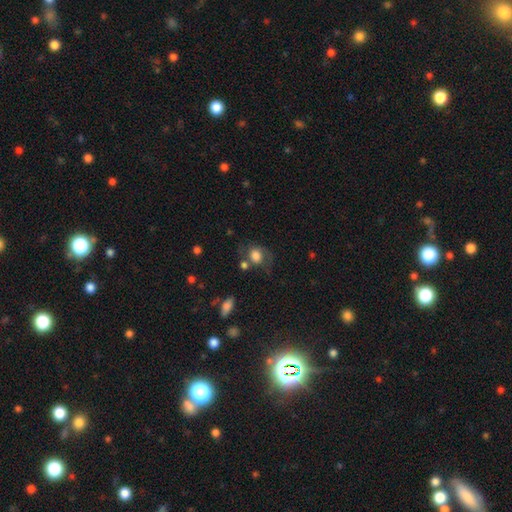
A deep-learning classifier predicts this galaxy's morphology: Smooth or featured? smooth (67%)
How rounded? round (54%)
Merging? none (50%)